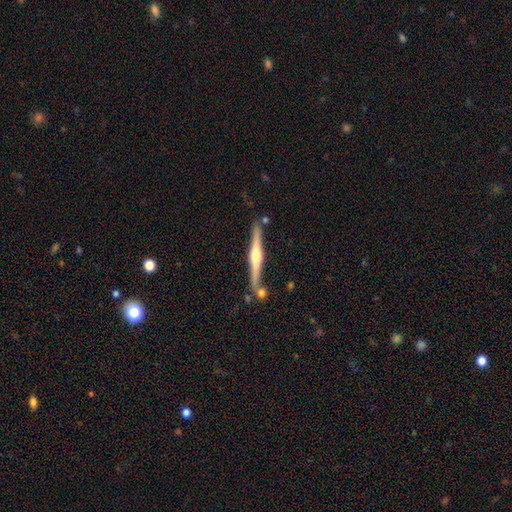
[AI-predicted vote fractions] smooth_or_featured: featured or disk (p=0.76) [alt: smooth p=0.19]
disk_edge_on: yes (p=0.98) [alt: no p=0.02]
edge_on_bulge: rounded (p=0.89) [alt: boxy p=0.06]
merging: none (p=0.79) [alt: minor disturbance p=0.11]